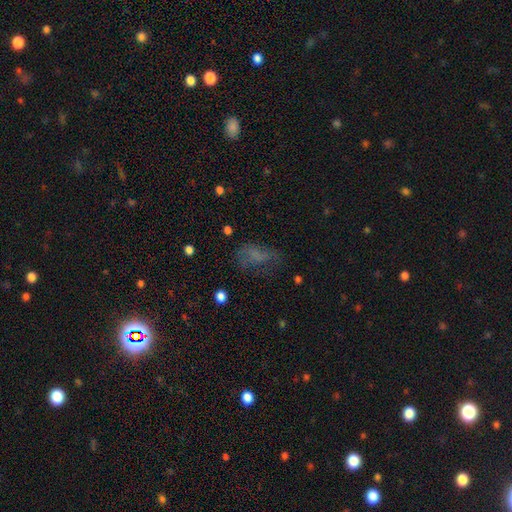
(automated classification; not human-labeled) Smooth or featured? Predicted: smooth (p=0.53). How rounded? Predicted: in between (p=0.84). Merging? Predicted: none (p=0.43).